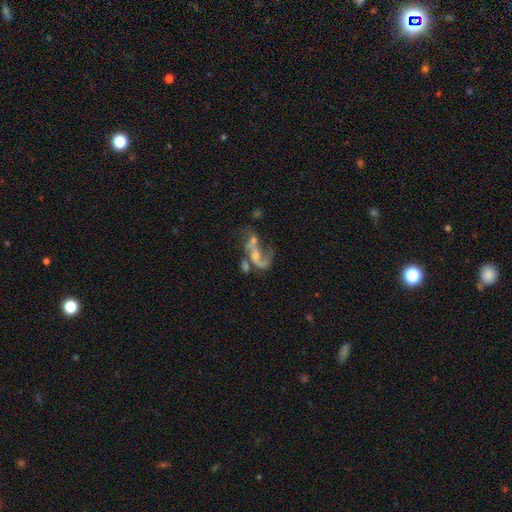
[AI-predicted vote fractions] A featured or disk galaxy (72%) with no bar (58%), spiral arms (71%) and a small central bulge (38%).

Vote fractions:
- Smooth or featured? featured or disk: 72% / smooth: 15% / star or artifact: 12%
- Edge-on disk? no: 96% / yes: 4%
- Bar? no: 58% / weak: 31% / strong: 11%
- Spiral arms? yes: 71% / no: 29%
- Bulge size? small: 38% / moderate: 31% / none: 26% / large: 4% / dominant: 2%
- Merging? merger: 38% / major disturbance: 29% / none: 22% / minor disturbance: 11%